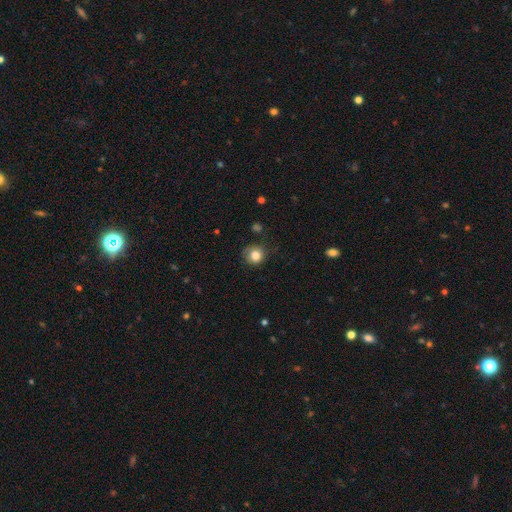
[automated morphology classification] Smooth or featured? smooth (81%)
How rounded? round (86%)
Merging? none (72%)